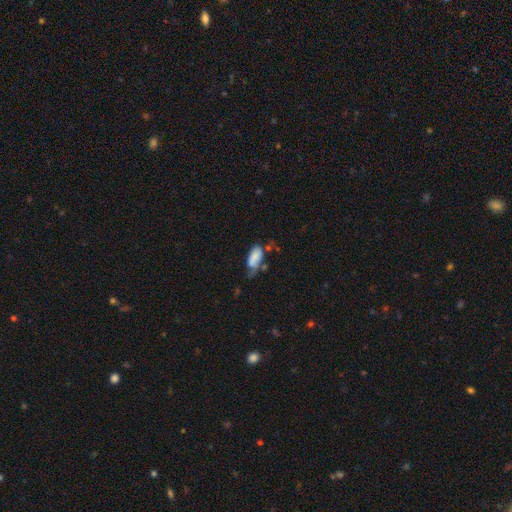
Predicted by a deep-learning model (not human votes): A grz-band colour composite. It shows a smooth galaxy with no disk features (77%) that is in between round and cigar-shaped (87%). Merging: minor disturbance (34%).